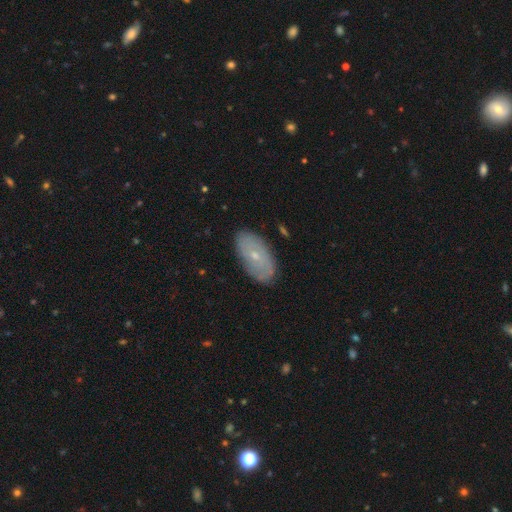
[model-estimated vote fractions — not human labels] smooth-or-featured: featured or disk: 49% | smooth: 43% | star or artifact: 8%
  merging: none: 84% | minor disturbance: 12% | major disturbance: 2% | merger: 1%